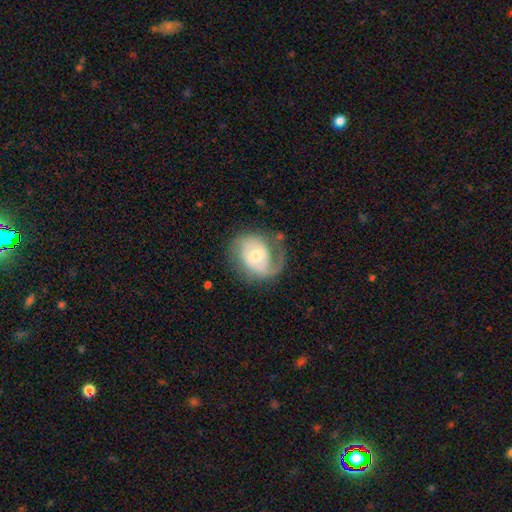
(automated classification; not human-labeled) smooth_or_featured: featured or disk (p=0.71) [alt: smooth p=0.24]
disk_edge_on: no (p=0.97) [alt: yes p=0.03]
bar: no (p=0.53) [alt: weak p=0.38]
has_spiral_arms: yes (p=0.86) [alt: no p=0.14]
spiral_winding: medium (p=0.41) [alt: tight p=0.33]
spiral_arm_count: 2 (p=0.46) [alt: 1 p=0.40]
bulge_size: moderate (p=0.60) [alt: small p=0.32]
merging: none (p=0.50) [alt: minor disturbance p=0.24]